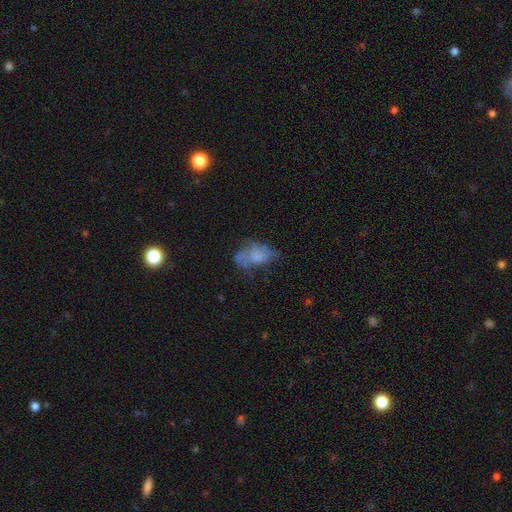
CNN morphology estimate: smooth-or-featured: smooth: 55% | featured or disk: 33% | star or artifact: 12%
  how-rounded: in between: 87% | round: 9% | cigar-shaped: 3%
  merging: none: 34% | minor disturbance: 28% | major disturbance: 27% | merger: 11%